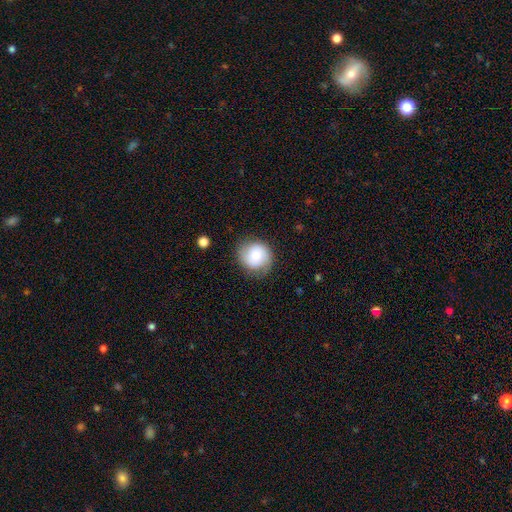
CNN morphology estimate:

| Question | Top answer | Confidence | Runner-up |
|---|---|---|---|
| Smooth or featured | smooth | 65% | featured or disk (27%) |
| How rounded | round | 86% | in between (13%) |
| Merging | none | 78% | minor disturbance (16%) |